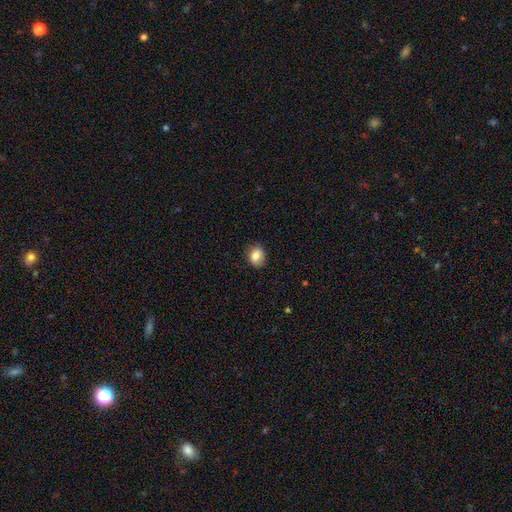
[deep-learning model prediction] Smooth or featured: smooth — 84% (star or artifact — 9%)
How rounded: round — 55% (in between — 44%)
Merging: none — 83% (minor disturbance — 13%)